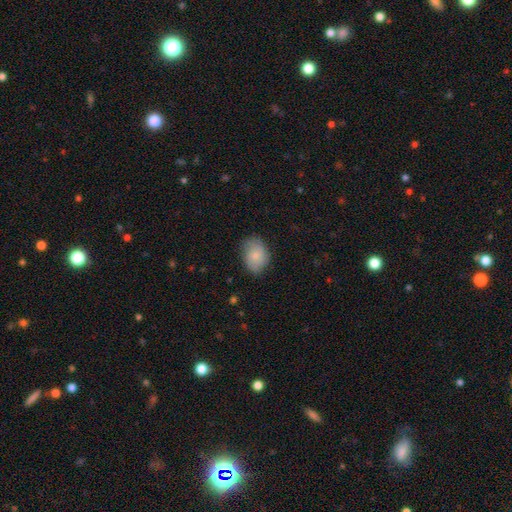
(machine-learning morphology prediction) Overall: smooth (79%). How rounded: in between (72%). Merging: none (73%).